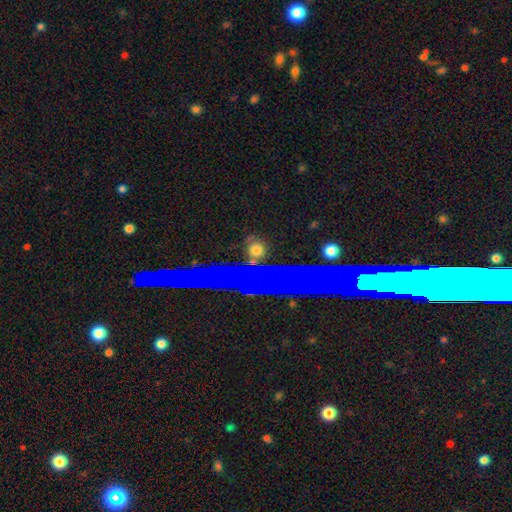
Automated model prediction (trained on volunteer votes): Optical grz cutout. It shows a star or artifact, not a galaxy (52%).